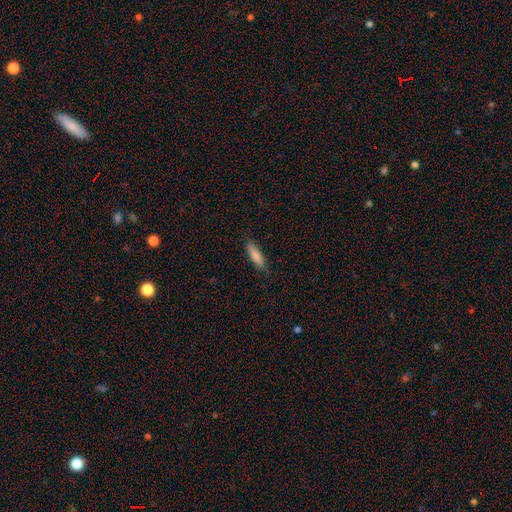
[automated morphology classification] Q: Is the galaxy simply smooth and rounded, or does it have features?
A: smooth — 84%.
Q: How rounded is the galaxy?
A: cigar-shaped — 55%.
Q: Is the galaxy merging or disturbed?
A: none — 83%.